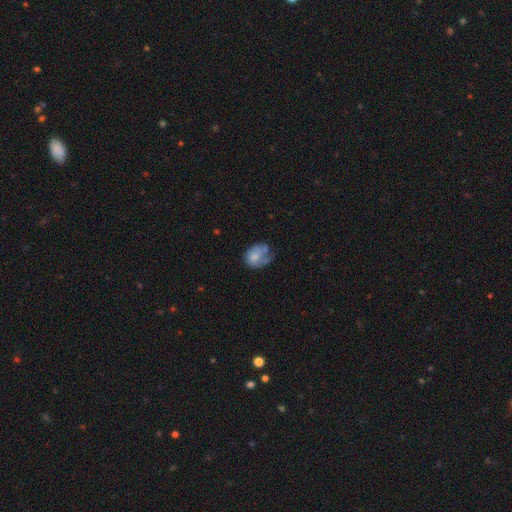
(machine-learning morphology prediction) smooth 56%, featured or disk 36%, star or artifact 8%. Down the decision tree: how rounded — in between (56%); merging — major disturbance (33%).